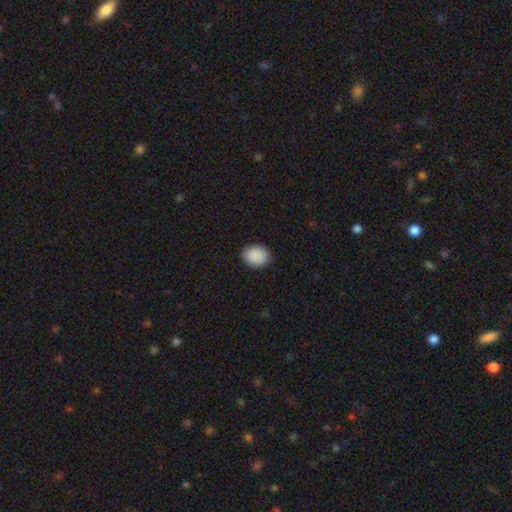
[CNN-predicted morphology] Overall: smooth (91%). How rounded: in between (60%; round 39%). Merging: none (88%).